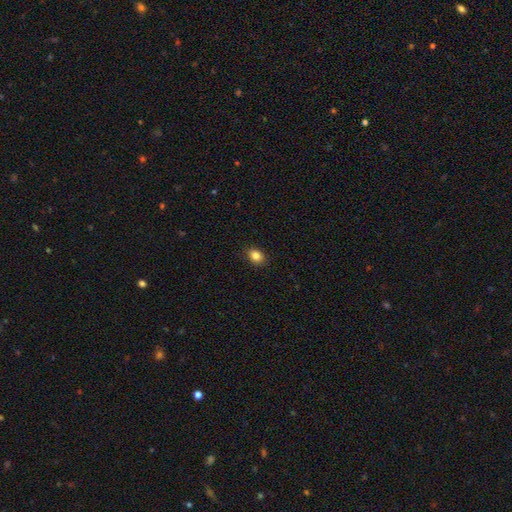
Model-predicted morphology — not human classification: Q: Smooth or featured?
A: smooth (85%); runner-up: star or artifact (10%)
Q: How rounded?
A: in between (62%); runner-up: round (37%)
Q: Merging?
A: none (89%); runner-up: minor disturbance (8%)